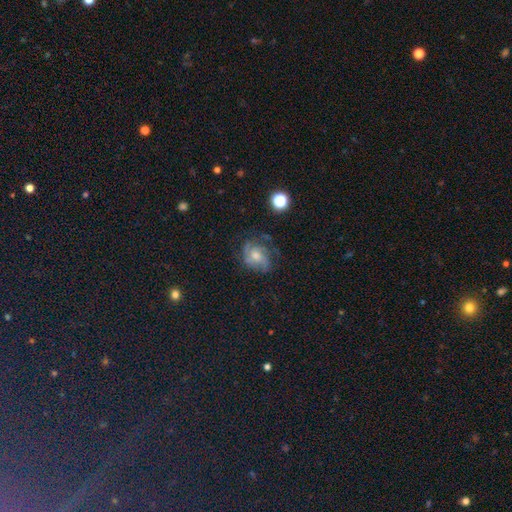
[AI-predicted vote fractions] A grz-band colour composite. It shows a featured or disk galaxy (63%) with no bar (72%), tight (43%) spiral arms (84%) and a moderate central bulge (52%). Merging: none (56%).